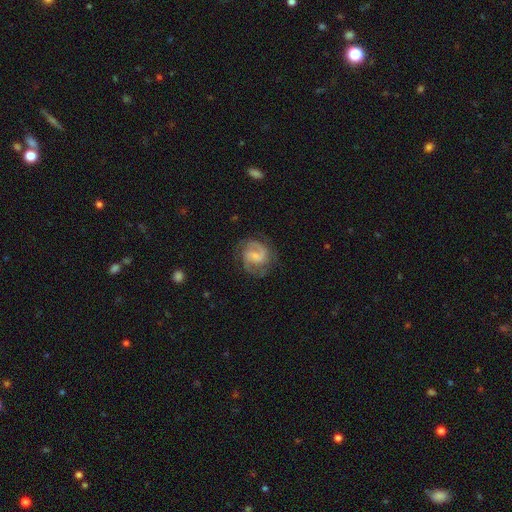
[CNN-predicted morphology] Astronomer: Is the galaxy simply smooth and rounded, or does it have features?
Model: featured or disk — 80%.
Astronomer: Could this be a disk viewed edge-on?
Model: no — 98%.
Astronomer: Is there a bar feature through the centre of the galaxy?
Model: weak — 51% (runner-up: no, 35%).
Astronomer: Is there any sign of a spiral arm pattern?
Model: yes — 95%.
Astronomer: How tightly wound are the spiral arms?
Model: medium — 51% (runner-up: tight, 34%).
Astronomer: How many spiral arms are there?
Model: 2 — 80%.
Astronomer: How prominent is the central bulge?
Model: small — 49% (runner-up: none, 27%).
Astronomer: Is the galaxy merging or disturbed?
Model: none — 72%.